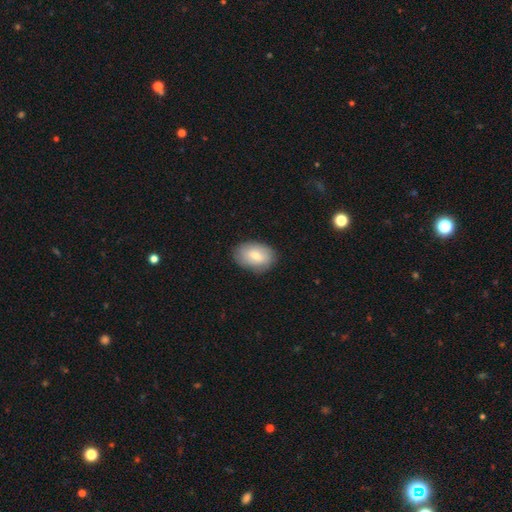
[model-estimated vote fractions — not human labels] smooth-or-featured: smooth: 72% | featured or disk: 21% | star or artifact: 7%
  how-rounded: in between: 85% | round: 13% | cigar-shaped: 1%
  merging: none: 82% | minor disturbance: 14% | major disturbance: 3% | merger: 1%